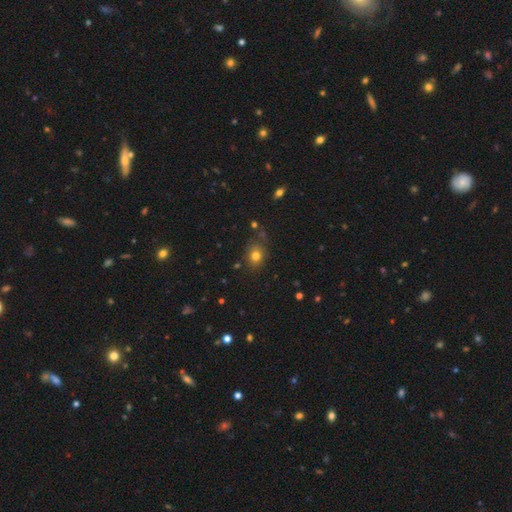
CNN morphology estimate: Overall: smooth (76%). How rounded: round (56%; in between 43%). Merging: none (73%).